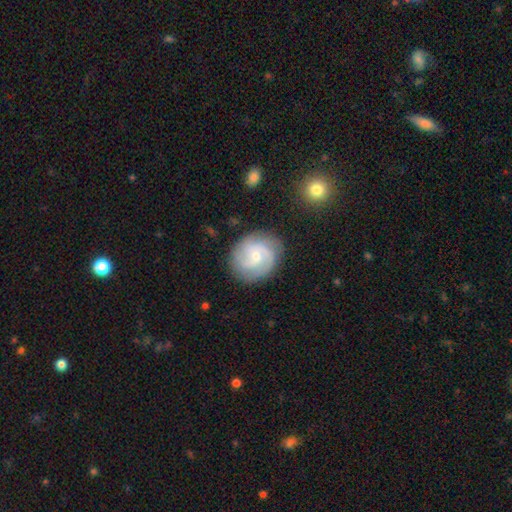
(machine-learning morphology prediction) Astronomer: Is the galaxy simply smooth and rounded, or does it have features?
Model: featured or disk — 77%.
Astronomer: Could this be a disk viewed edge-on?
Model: no — 98%.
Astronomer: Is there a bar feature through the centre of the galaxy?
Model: no — 59% (runner-up: weak, 36%).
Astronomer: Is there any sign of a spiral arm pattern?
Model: yes — 95%.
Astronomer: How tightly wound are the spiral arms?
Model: medium — 45% (runner-up: tight, 40%).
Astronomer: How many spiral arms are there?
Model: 2 — 38% (runner-up: 3, 33%).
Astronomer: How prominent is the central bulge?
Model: small — 64%.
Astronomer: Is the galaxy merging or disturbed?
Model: none — 80%.